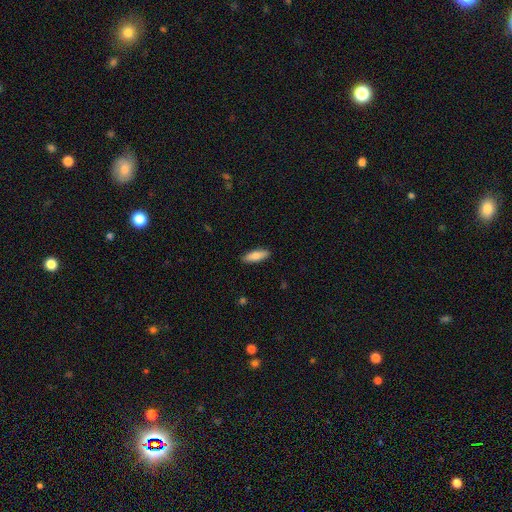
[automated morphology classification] The model was most divided on "how rounded": in between: 53%, cigar-shaped: 45%, round: 2%. More confident: merging — none (89%); smooth or featured — smooth (81%).